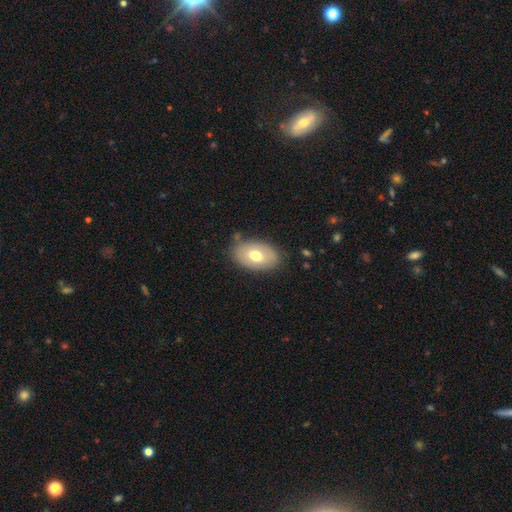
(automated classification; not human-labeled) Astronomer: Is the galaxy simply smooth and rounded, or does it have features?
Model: smooth — 65%.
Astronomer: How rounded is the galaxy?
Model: in between — 90%.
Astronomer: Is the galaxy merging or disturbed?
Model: none — 79%.